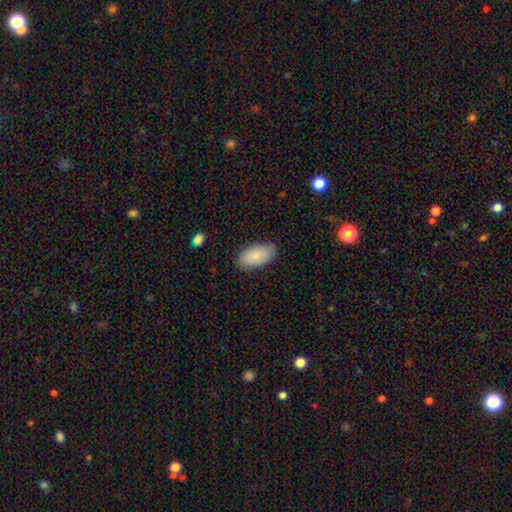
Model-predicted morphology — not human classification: type=smooth (86%); roundness=in between (94%); merging=none (80%).